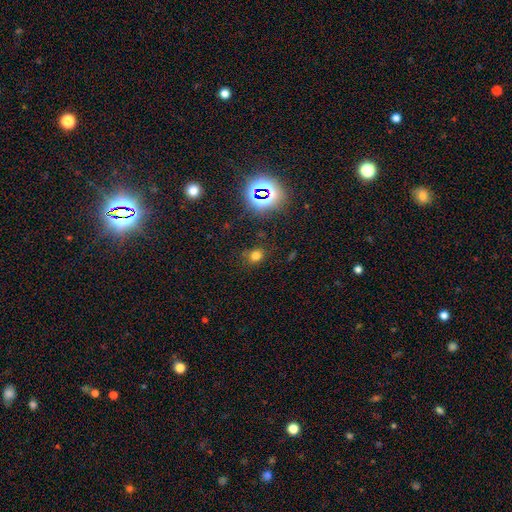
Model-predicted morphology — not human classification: A smooth galaxy with no disk features (69%) that is round (67%).

Vote fractions:
- Smooth or featured? smooth: 69% / star or artifact: 24% / featured or disk: 7%
- How rounded? round: 67% / in between: 32% / cigar-shaped: 1%
- Merging? none: 79% / minor disturbance: 14% / major disturbance: 5% / merger: 3%